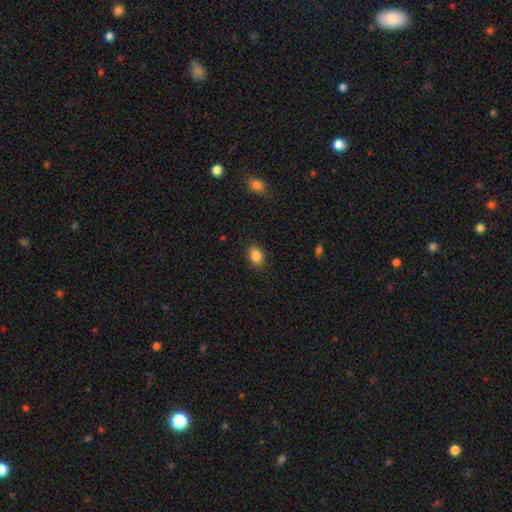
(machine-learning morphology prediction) A smooth galaxy with no disk features (85%) that is in between round and cigar-shaped (71%).

Vote fractions:
- Smooth or featured? smooth: 85% / star or artifact: 9% / featured or disk: 5%
- How rounded? in between: 71% / round: 28% / cigar-shaped: 1%
- Merging? none: 88% / minor disturbance: 9% / major disturbance: 2% / merger: 1%